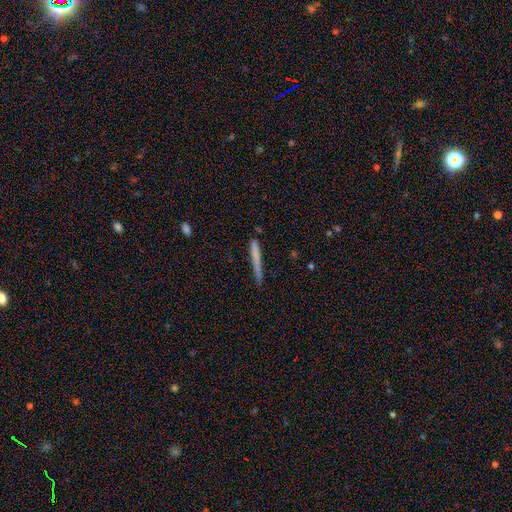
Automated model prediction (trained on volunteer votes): The model was most divided on "smooth or featured": smooth: 68%, featured or disk: 25%, star or artifact: 7%. More confident: how rounded — cigar-shaped (96%); merging — none (74%).